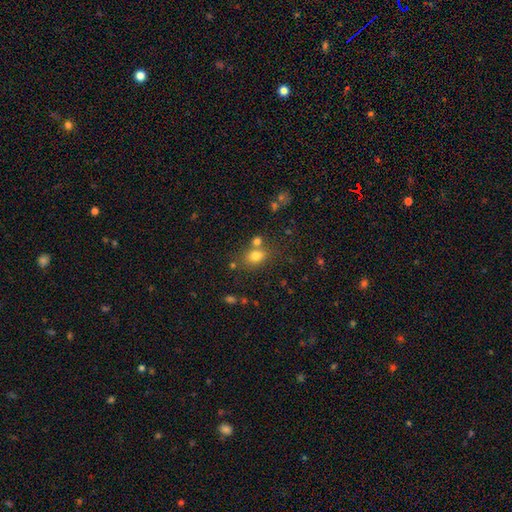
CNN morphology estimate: type=smooth (75%); roundness=in between (63%); merging=none (59%).